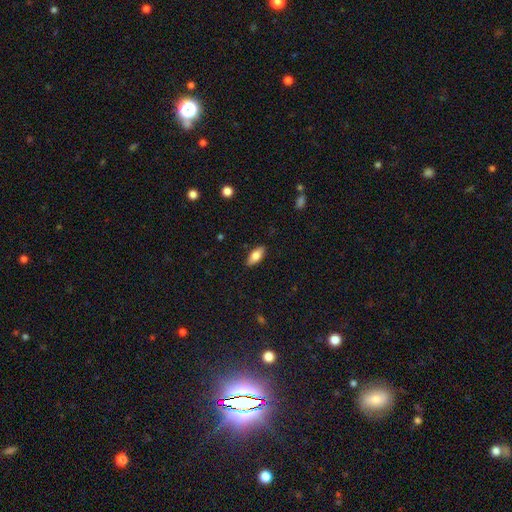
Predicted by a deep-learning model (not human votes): The model was most divided on "smooth or featured": smooth: 78%, featured or disk: 16%, star or artifact: 7%. More confident: merging — none (88%); how rounded — in between (83%).